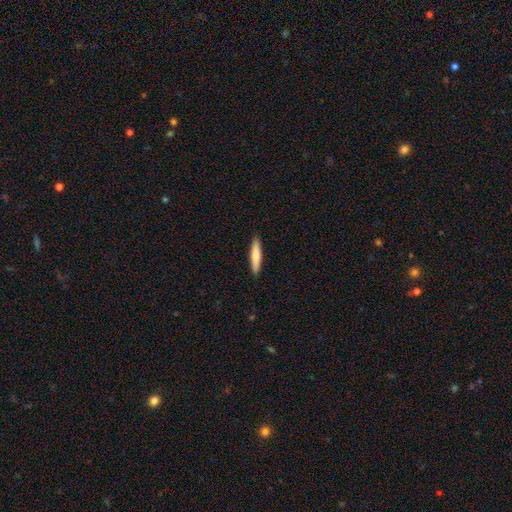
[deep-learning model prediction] Q: Smooth or featured?
A: smooth (71%); runner-up: featured or disk (24%)
Q: How rounded?
A: cigar-shaped (87%); runner-up: in between (11%)
Q: Merging?
A: none (91%); runner-up: minor disturbance (7%)